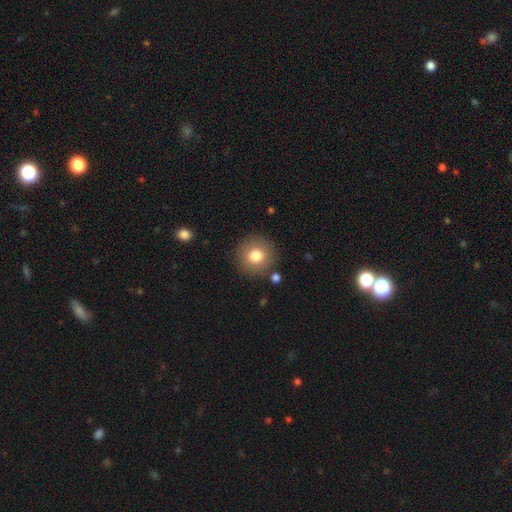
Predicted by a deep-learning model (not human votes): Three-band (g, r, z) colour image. It shows a smooth galaxy with no disk features (78%) that is round (94%). Merging: none (88%).